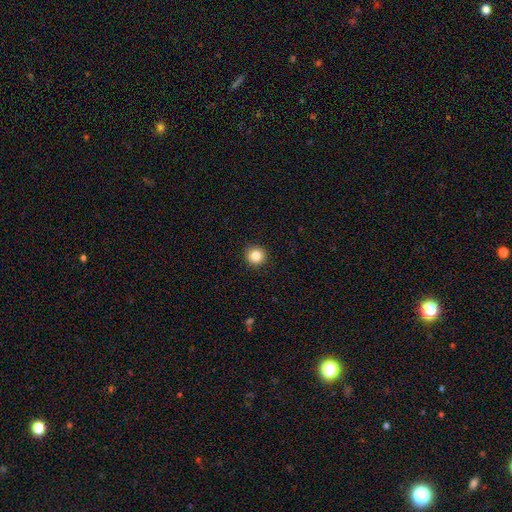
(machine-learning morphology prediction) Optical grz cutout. It shows a smooth galaxy with no disk features (85%) that is round (95%). Merging: none (93%).